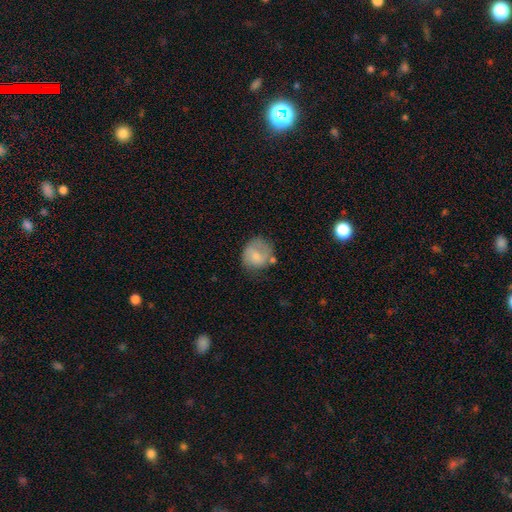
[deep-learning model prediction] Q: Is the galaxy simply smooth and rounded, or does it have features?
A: smooth — 66%.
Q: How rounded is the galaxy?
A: round — 77%.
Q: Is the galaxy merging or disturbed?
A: none — 49%.